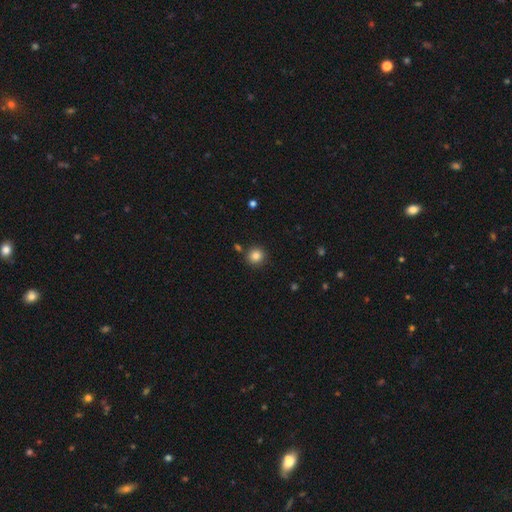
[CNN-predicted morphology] smooth_or_featured: smooth (p=0.84) [alt: star or artifact p=0.11]
how_rounded: round (p=0.92) [alt: in between p=0.07]
merging: none (p=0.87) [alt: minor disturbance p=0.07]